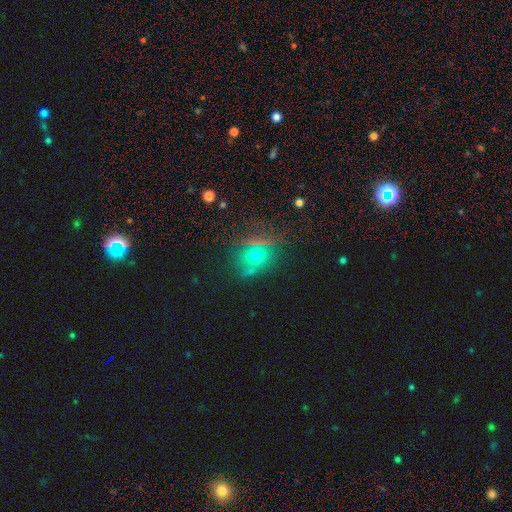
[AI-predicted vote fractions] A smooth galaxy with no disk features (59%) that is round (69%). Merging: none (76%).